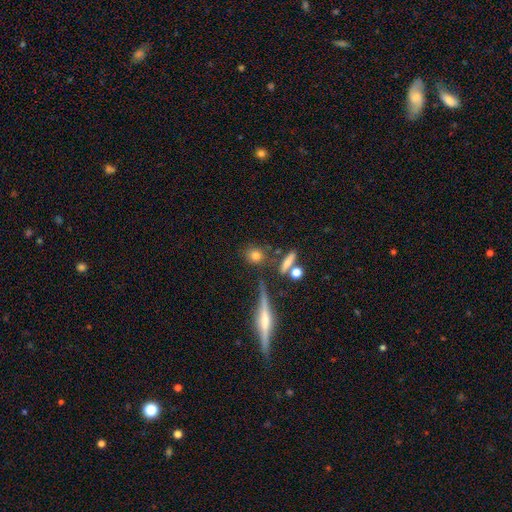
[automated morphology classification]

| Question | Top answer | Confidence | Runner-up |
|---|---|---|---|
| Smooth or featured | smooth | 75% | featured or disk (12%) |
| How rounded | round | 68% | in between (22%) |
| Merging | none | 73% | merger (11%) |